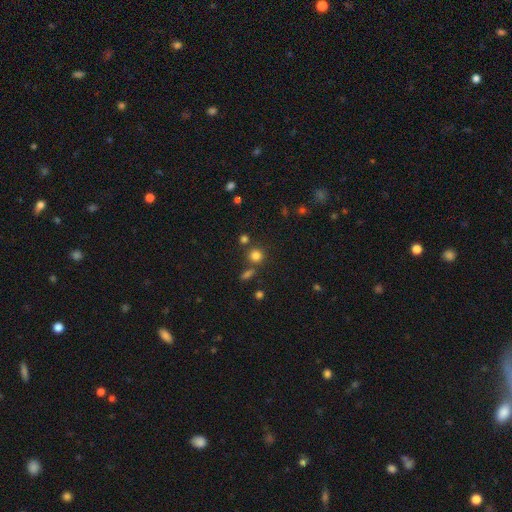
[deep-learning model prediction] The model was most divided on "merging": none: 75%, merger: 13%, minor disturbance: 9%, major disturbance: 4%. More confident: how rounded — round (89%); smooth or featured — smooth (79%).